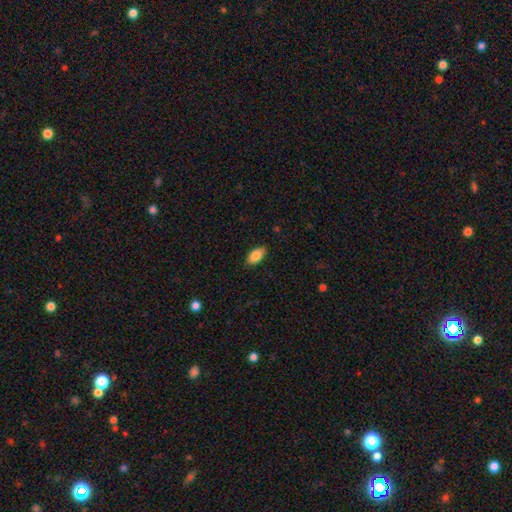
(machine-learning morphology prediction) This appears to be a smooth galaxy with no disk features (83%) that is in between round and cigar-shaped (91%). Merging: none (86%).